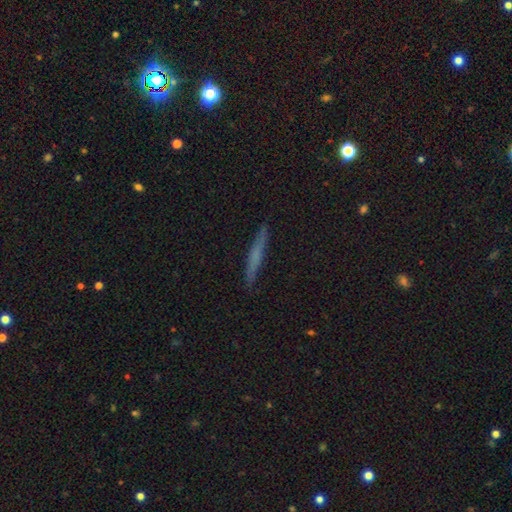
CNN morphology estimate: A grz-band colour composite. It shows a smooth galaxy with no disk features (51%) that is cigar-shaped (95%). Merging: none (90%).